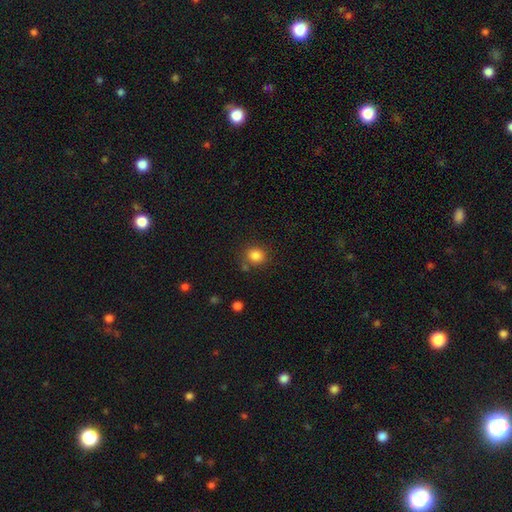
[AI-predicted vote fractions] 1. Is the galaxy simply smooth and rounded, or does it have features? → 85% smooth, 11% star or artifact, 5% featured or disk.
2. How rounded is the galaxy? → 77% round, 23% in between, 1% cigar-shaped.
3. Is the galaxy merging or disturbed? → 78% none, 12% minor disturbance, 6% merger, 4% major disturbance.